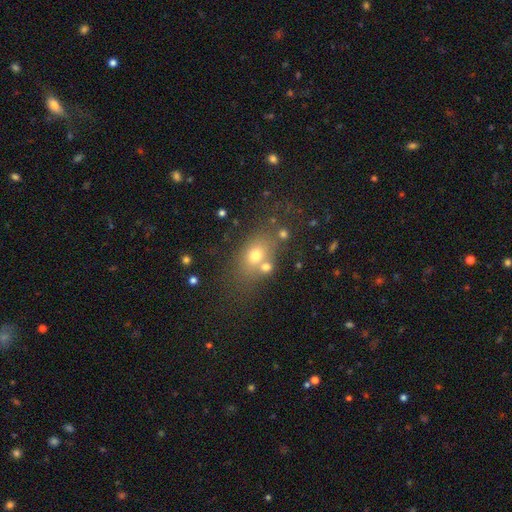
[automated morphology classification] Smooth or featured?
  - smooth: 67% *
  - featured or disk: 18%
  - star or artifact: 15%
How rounded?
  - in between: 65% *
  - round: 33%
  - cigar-shaped: 2%
Merging?
  - none: 58% *
  - merger: 21%
  - minor disturbance: 14%
  - major disturbance: 7%